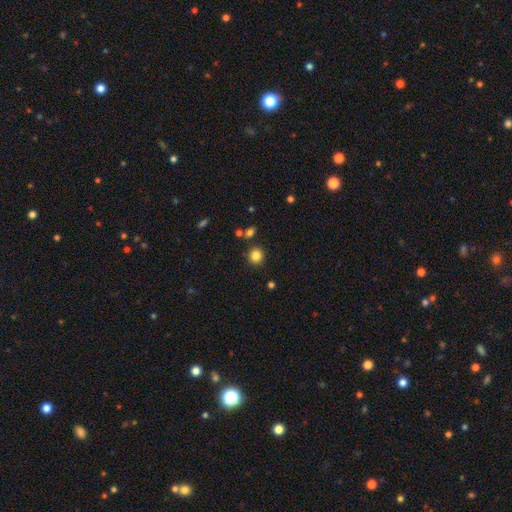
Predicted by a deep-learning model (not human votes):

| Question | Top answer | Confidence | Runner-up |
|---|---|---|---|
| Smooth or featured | smooth | 83% | star or artifact (12%) |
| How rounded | round | 91% | in between (8%) |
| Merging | none | 88% | minor disturbance (6%) |